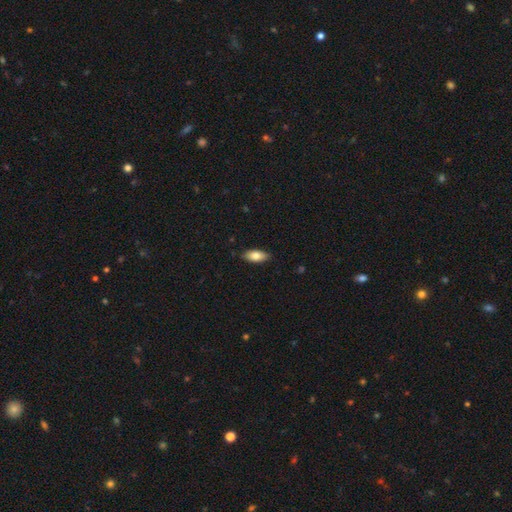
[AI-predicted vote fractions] Q: Smooth or featured?
A: smooth (79%); runner-up: featured or disk (14%)
Q: How rounded?
A: in between (87%); runner-up: cigar-shaped (11%)
Q: Merging?
A: none (86%); runner-up: minor disturbance (11%)